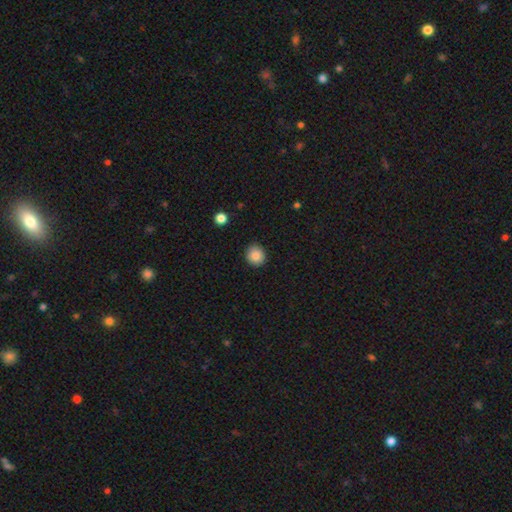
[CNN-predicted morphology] smooth_or_featured: smooth (p=0.86) [alt: star or artifact p=0.09]
how_rounded: round (p=0.88) [alt: in between p=0.11]
merging: none (p=0.90) [alt: minor disturbance p=0.07]